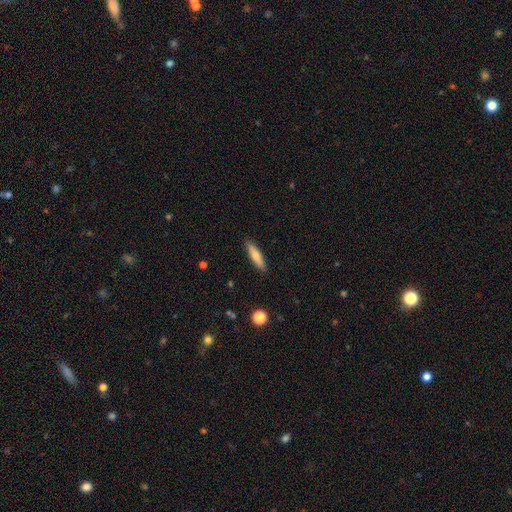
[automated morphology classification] This is likely a smooth galaxy (66%). How rounded: likely cigar-shaped (78%). Merging: clearly none (89%).